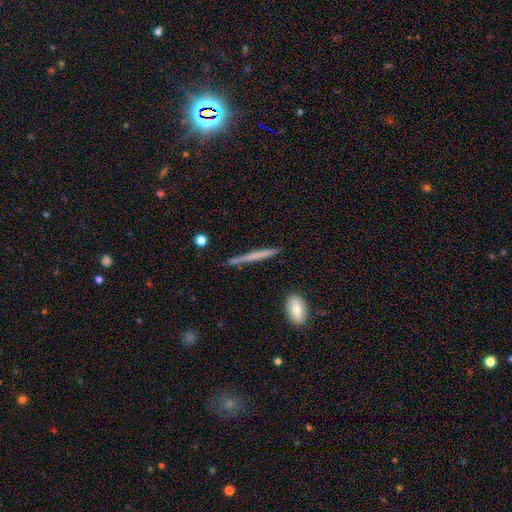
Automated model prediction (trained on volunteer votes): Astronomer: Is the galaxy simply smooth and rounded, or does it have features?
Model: smooth — 51% (runner-up: featured or disk, 42%).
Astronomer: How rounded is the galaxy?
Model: cigar-shaped — 95%.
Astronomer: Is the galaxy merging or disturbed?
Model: none — 88%.